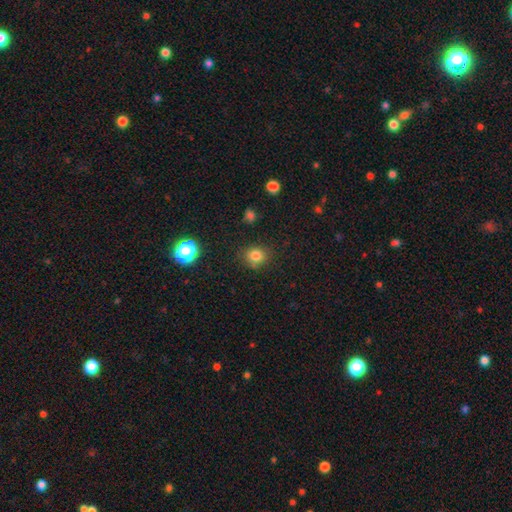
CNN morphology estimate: Smooth or featured? Predicted: smooth (p=0.80). How rounded? Predicted: round (p=0.80). Merging? Predicted: none (p=0.81).